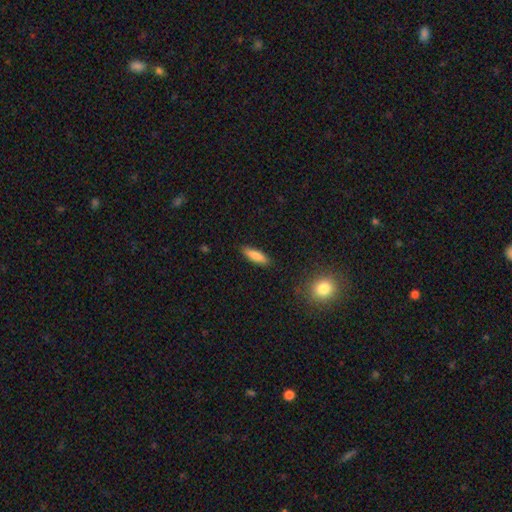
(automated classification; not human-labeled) This appears to be a smooth galaxy with no disk features (84%) that is cigar-shaped (56%). Merging: none (87%).